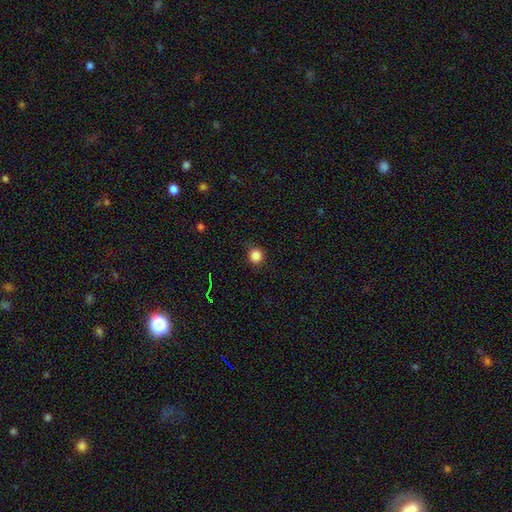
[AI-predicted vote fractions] This is clearly a smooth galaxy (83%). How rounded: clearly round (91%). Merging: clearly none (82%).